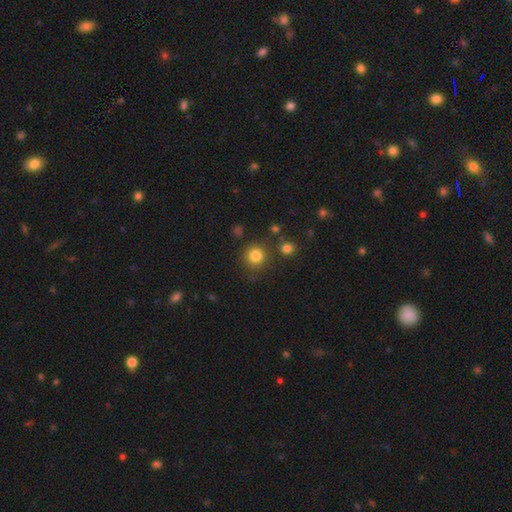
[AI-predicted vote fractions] Overall: smooth (83%). How rounded: round (91%). Merging: none (82%).